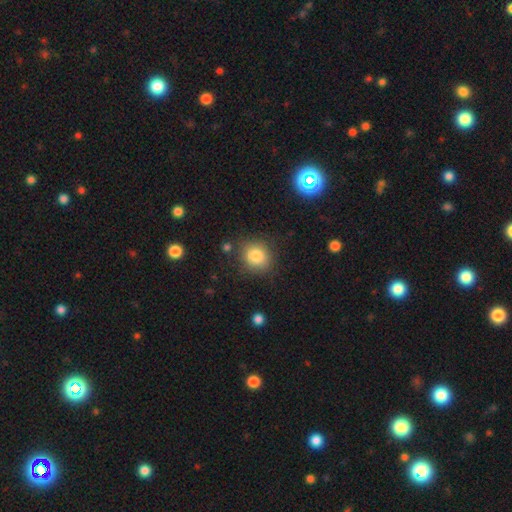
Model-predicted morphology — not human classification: This is clearly a smooth galaxy (82%). How rounded: likely round (80%). Merging: clearly none (82%).